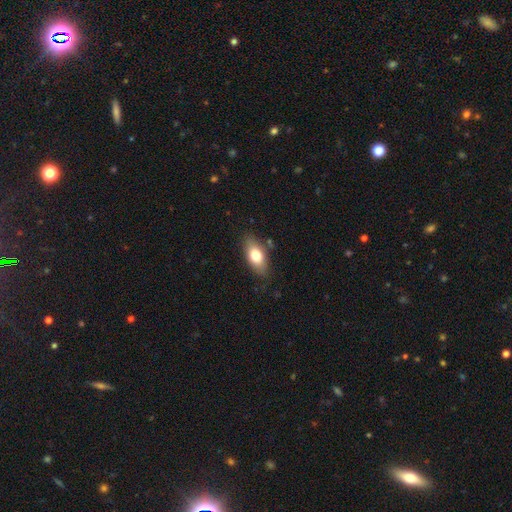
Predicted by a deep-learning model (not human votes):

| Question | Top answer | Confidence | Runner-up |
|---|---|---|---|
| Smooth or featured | smooth | 75% | featured or disk (18%) |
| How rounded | in between | 88% | cigar-shaped (8%) |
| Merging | none | 79% | minor disturbance (15%) |